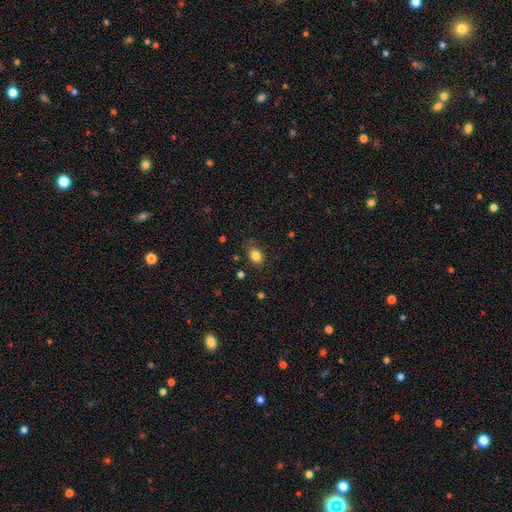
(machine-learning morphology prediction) Q: Smooth or featured?
A: smooth (83%); runner-up: star or artifact (10%)
Q: How rounded?
A: in between (71%); runner-up: round (28%)
Q: Merging?
A: none (80%); runner-up: minor disturbance (15%)